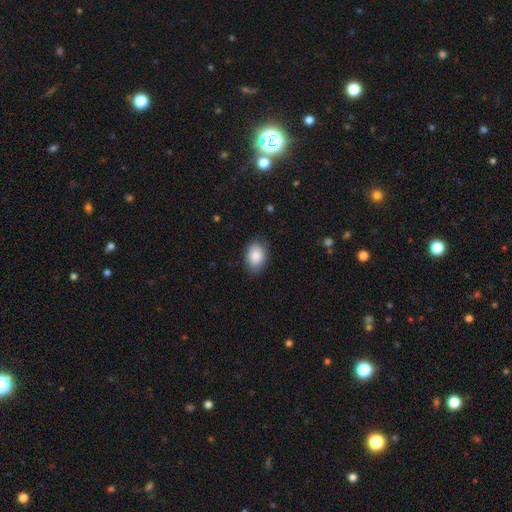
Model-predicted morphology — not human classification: This appears to be a smooth galaxy with no disk features (88%) that is in between round and cigar-shaped (85%). Merging: none (82%).